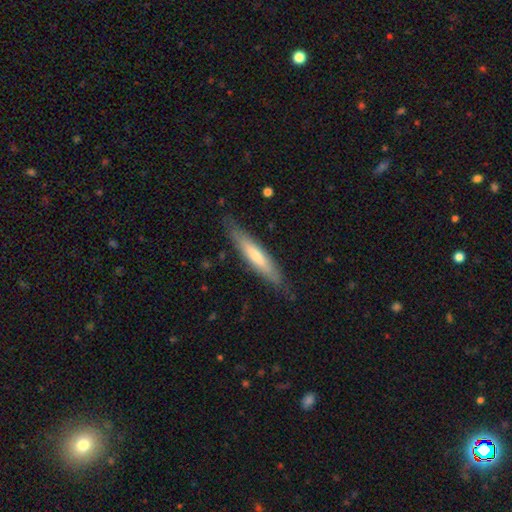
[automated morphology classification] A smooth galaxy with no disk features (52%) that is cigar-shaped (88%). Merging: none (82%).